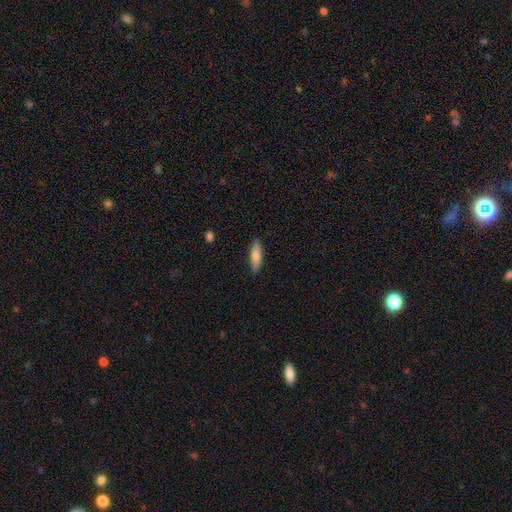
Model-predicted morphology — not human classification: smooth 79%, featured or disk 15%, star or artifact 6%. Down the decision tree: how rounded — cigar-shaped (66%); merging — none (87%).